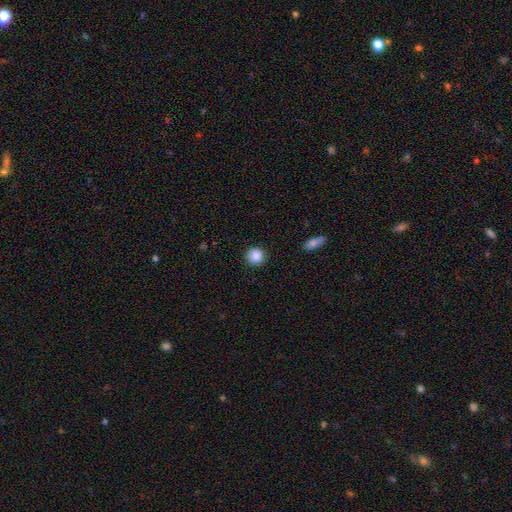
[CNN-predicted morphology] smooth_or_featured: smooth (p=0.88) [alt: star or artifact p=0.09]
how_rounded: round (p=0.92) [alt: in between p=0.07]
merging: none (p=0.89) [alt: minor disturbance p=0.07]